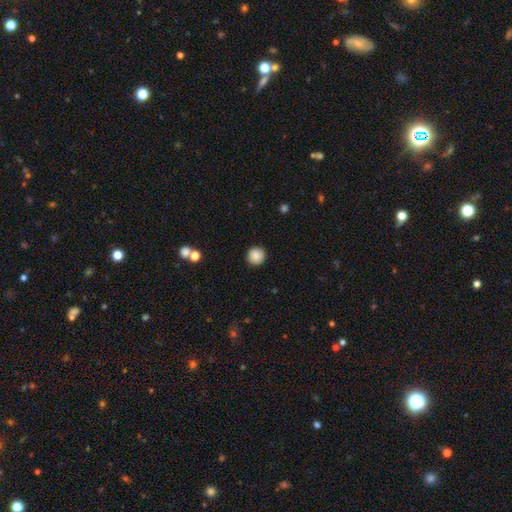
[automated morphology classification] The model was most divided on "smooth or featured": smooth: 87%, star or artifact: 9%, featured or disk: 4%. More confident: how rounded — round (95%); merging — none (90%).